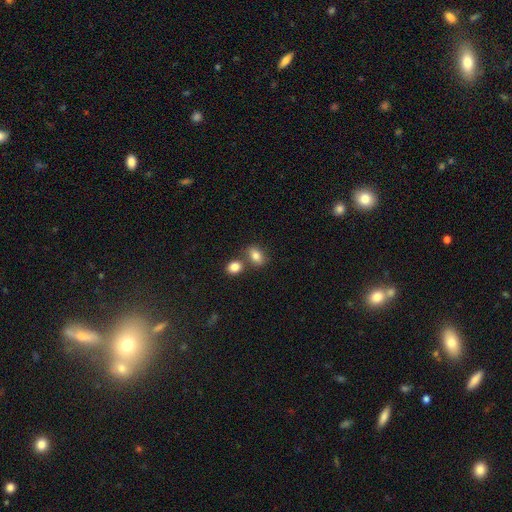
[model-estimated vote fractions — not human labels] Smooth or featured? smooth (82%)
How rounded? in between (76%)
Merging? none (59%)